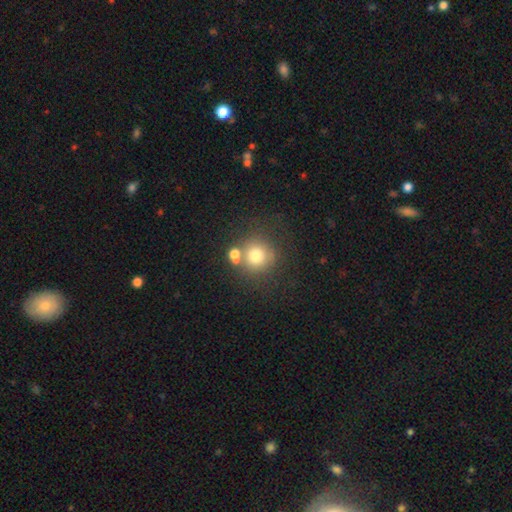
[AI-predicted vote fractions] This appears to be a smooth galaxy with no disk features (74%) that is round (91%). Merging: none (60%).